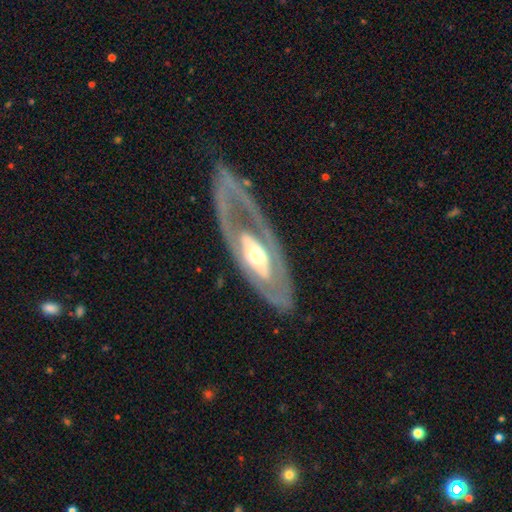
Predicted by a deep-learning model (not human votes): Morphology: type=featured or disk (81%); edge-on=no (87%); bar=no (66%); spiral arms=yes (58%); bulge=moderate (67%); merging=none (70%).